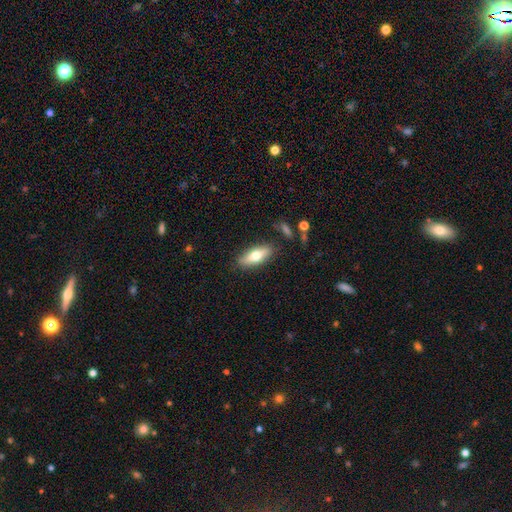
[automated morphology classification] Q: Smooth or featured?
A: smooth (65%); runner-up: featured or disk (29%)
Q: How rounded?
A: in between (66%); runner-up: cigar-shaped (32%)
Q: Merging?
A: none (83%); runner-up: minor disturbance (12%)